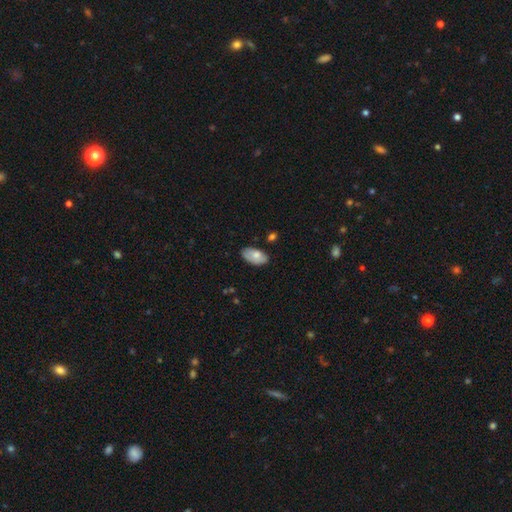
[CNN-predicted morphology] This appears to be a smooth galaxy with no disk features (74%) that is in between round and cigar-shaped (94%). Merging: none (72%).